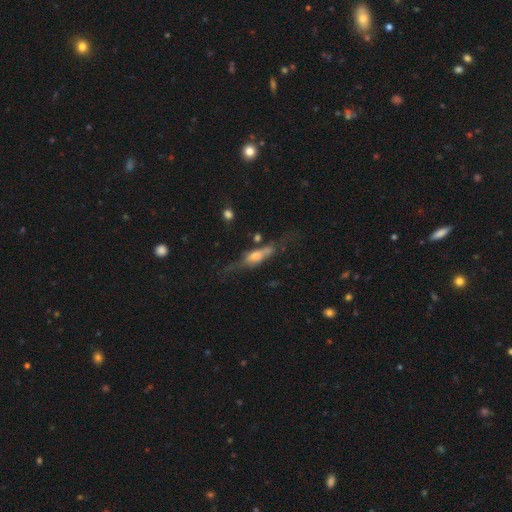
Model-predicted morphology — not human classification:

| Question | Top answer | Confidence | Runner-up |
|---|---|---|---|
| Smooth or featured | featured or disk | 65% | smooth (25%) |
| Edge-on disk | yes | 80% | no (20%) |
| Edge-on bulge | rounded | 79% | boxy (13%) |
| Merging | none | 56% | minor disturbance (22%) |